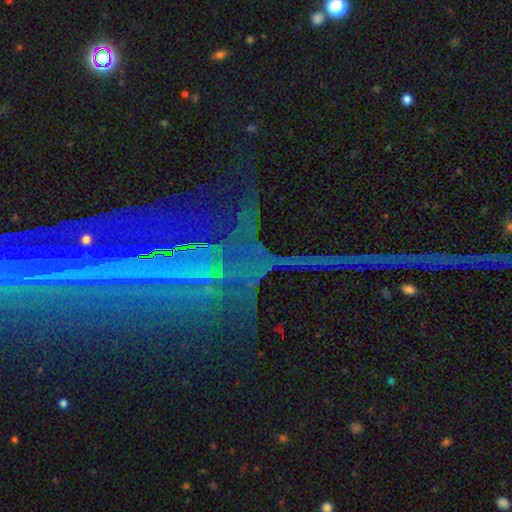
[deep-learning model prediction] The model was most divided on "smooth or featured": star or artifact: 75%, featured or disk: 16%, smooth: 10%.